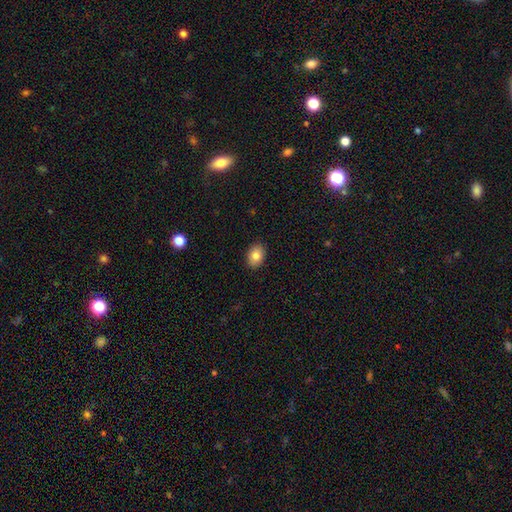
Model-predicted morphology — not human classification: This is clearly a smooth galaxy (84%). How rounded: likely in between (80%). Merging: clearly none (89%).